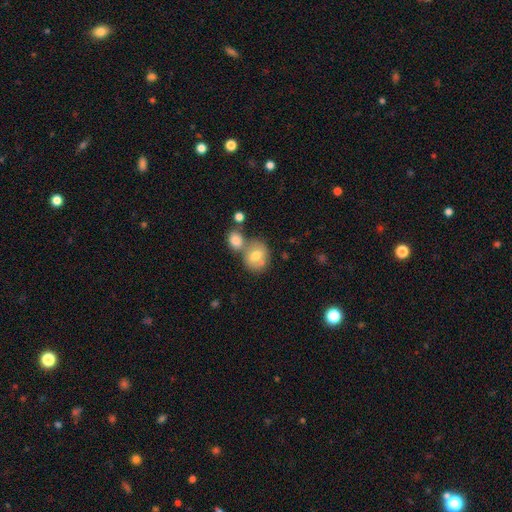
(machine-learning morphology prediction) smooth-or-featured: smooth: 67% | featured or disk: 24% | star or artifact: 9%
  how-rounded: round: 64% | in between: 35% | cigar-shaped: 1%
  merging: merger: 43% | none: 40% | minor disturbance: 12% | major disturbance: 5%